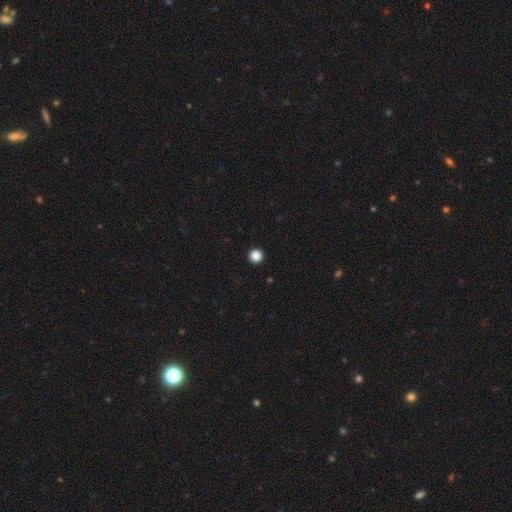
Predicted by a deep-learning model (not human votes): Smooth or featured? Predicted: smooth (p=0.87). How rounded? Predicted: round (p=0.96). Merging? Predicted: none (p=0.95).